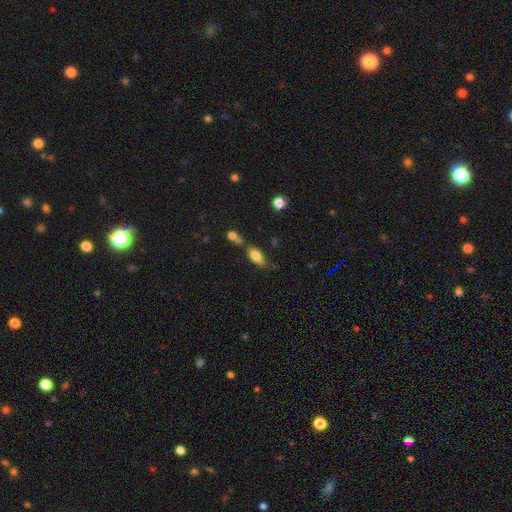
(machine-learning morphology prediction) The model was most divided on "merging": none: 64%, minor disturbance: 18%, merger: 13%, major disturbance: 5%. More confident: how rounded — in between (80%); smooth or featured — smooth (75%).